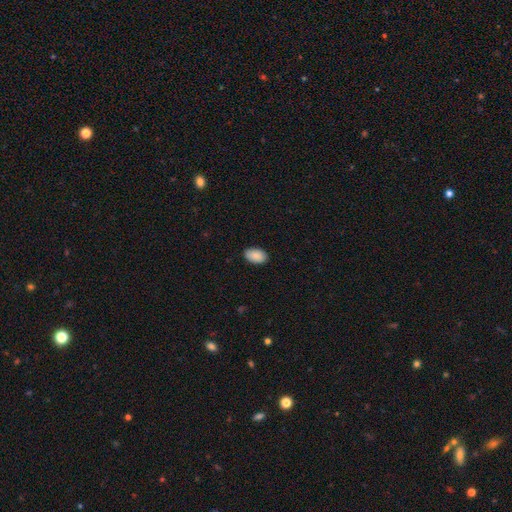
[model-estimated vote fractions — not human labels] Q: Smooth or featured?
A: smooth (89%); runner-up: star or artifact (7%)
Q: How rounded?
A: in between (93%); runner-up: round (6%)
Q: Merging?
A: none (89%); runner-up: minor disturbance (9%)